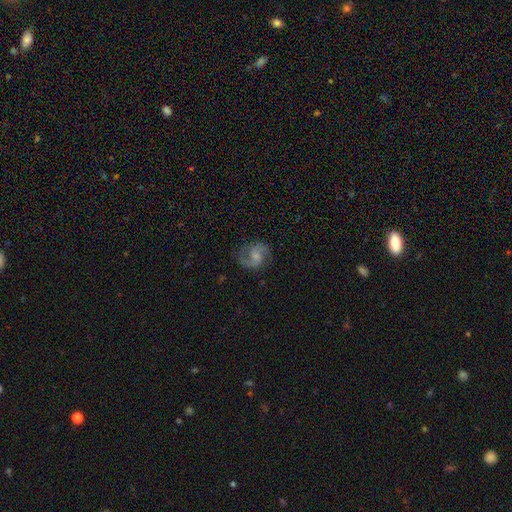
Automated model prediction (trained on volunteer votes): This appears to be a featured or disk galaxy (83%) with no bar (53%), 2 (91%) medium (57%) spiral arms (97%) and a small central bulge (47%). Merging: none (76%).